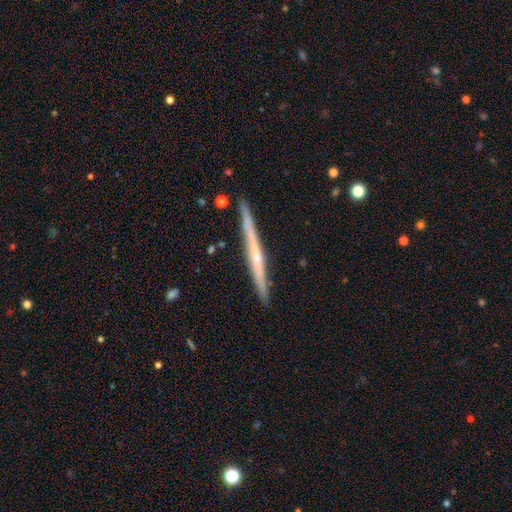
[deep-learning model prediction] This is likely a featured or disk galaxy (67%). It is clearly viewed edge-on (97%). Edge-on bulge: possibly none (56%). Merging: clearly none (90%).